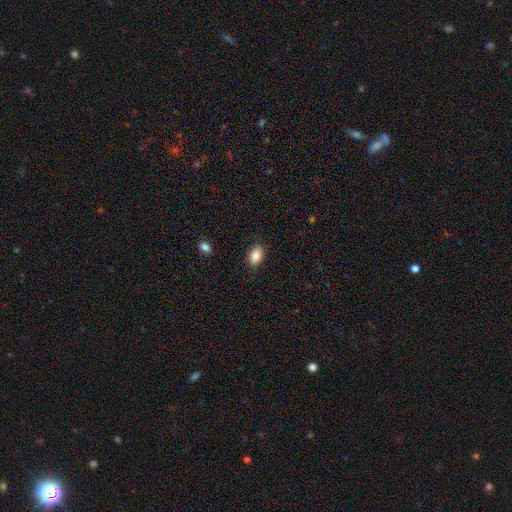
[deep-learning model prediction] smooth-or-featured: smooth: 87% | star or artifact: 8% | featured or disk: 5%
  how-rounded: in between: 85% | round: 14% | cigar-shaped: 1%
  merging: none: 85% | minor disturbance: 11% | major disturbance: 3% | merger: 1%